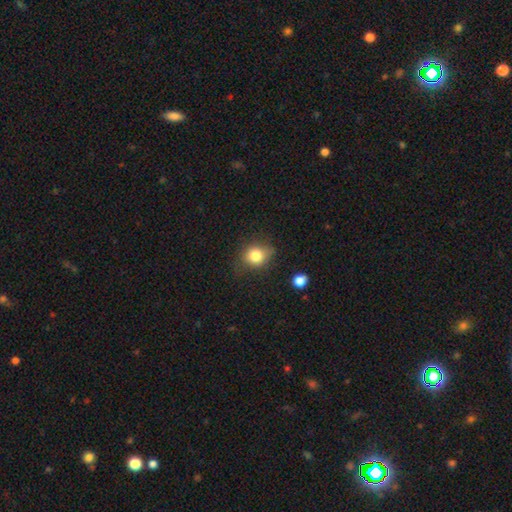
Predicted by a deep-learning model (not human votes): smooth 80%, star or artifact 11%, featured or disk 9%. Down the decision tree: how rounded — round (68%); merging — none (68%).